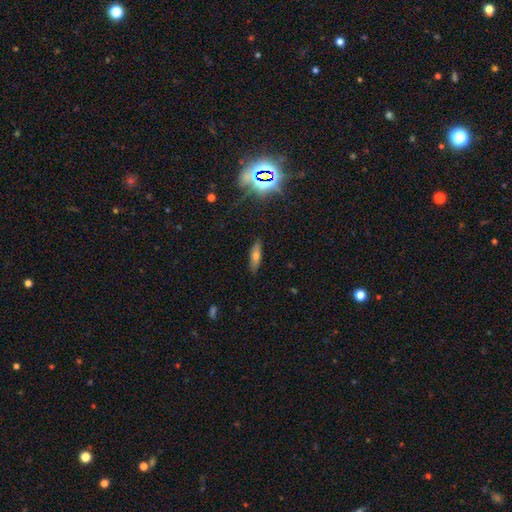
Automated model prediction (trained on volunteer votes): Q: Smooth or featured?
A: smooth (64%); runner-up: featured or disk (24%)
Q: How rounded?
A: cigar-shaped (50%); runner-up: in between (47%)
Q: Merging?
A: none (86%); runner-up: minor disturbance (10%)